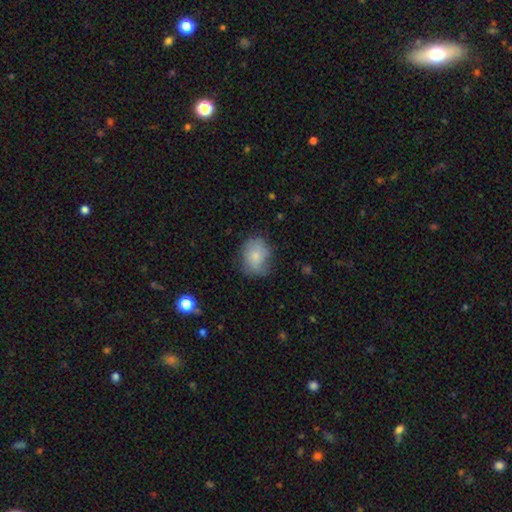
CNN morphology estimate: type=smooth (75%); roundness=in between (57%); merging=none (58%).